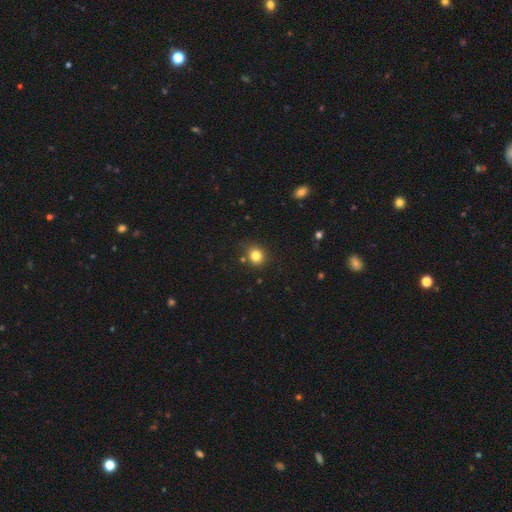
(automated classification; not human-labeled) Smooth or featured: smooth — 81% (star or artifact — 13%)
How rounded: round — 79% (in between — 20%)
Merging: none — 81% (minor disturbance — 12%)